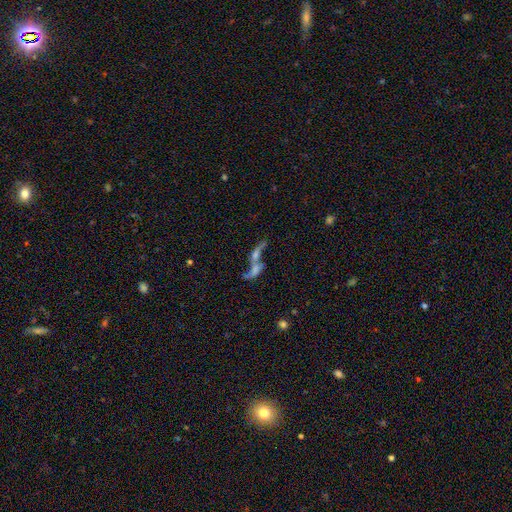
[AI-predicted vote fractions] Smooth or featured: featured or disk — 56% (smooth — 25%)
Edge-on disk: no — 74% (yes — 26%)
Merging: merger — 53% (none — 25%)